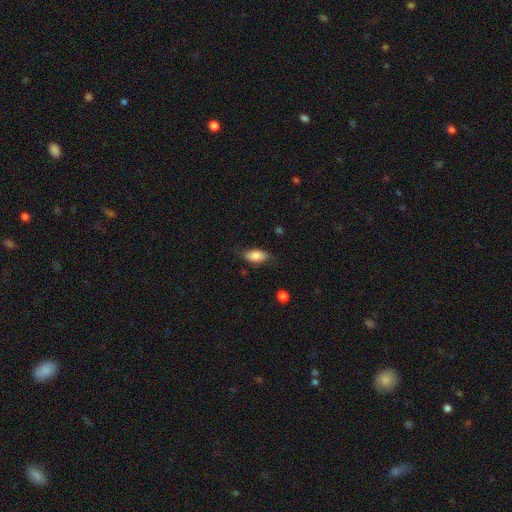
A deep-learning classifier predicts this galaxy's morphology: Smooth or featured? smooth (79%)
How rounded? in between (88%)
Merging? none (70%)